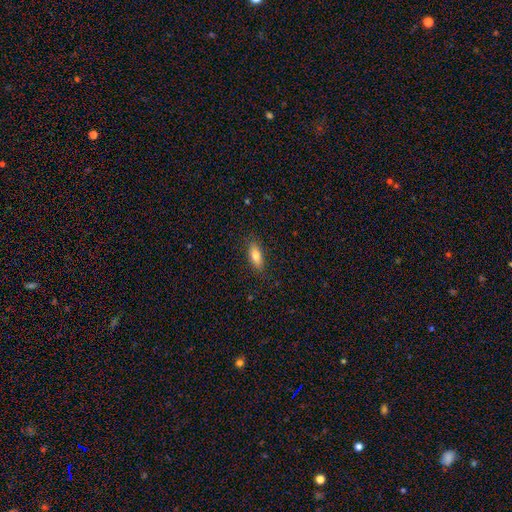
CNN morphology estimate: Overall: smooth (79%). How rounded: in between (77%). Merging: none (86%).